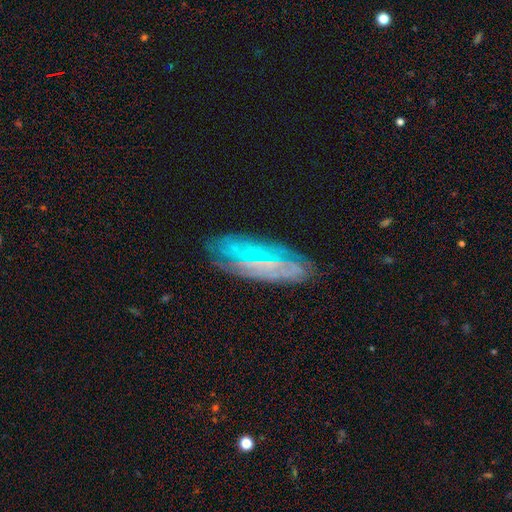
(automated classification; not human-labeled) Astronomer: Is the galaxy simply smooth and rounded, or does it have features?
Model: featured or disk — 60%.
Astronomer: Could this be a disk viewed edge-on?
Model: no — 70%.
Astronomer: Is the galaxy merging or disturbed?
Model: none — 75%.